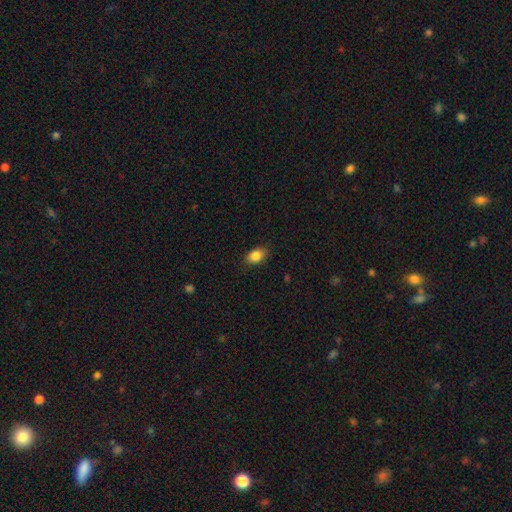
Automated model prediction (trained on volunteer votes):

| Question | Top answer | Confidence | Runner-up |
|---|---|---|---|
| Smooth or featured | smooth | 86% | star or artifact (9%) |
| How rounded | in between | 82% | round (16%) |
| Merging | none | 85% | minor disturbance (12%) |